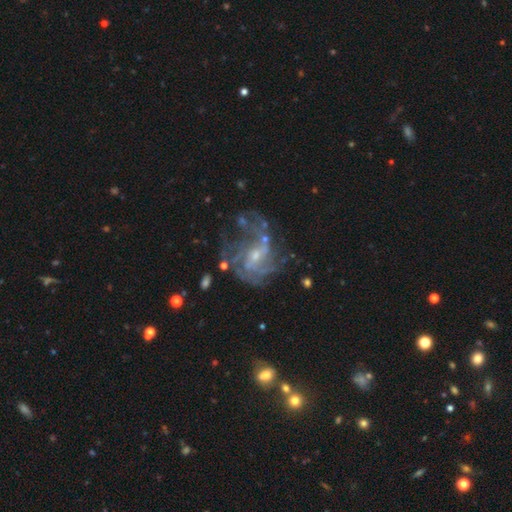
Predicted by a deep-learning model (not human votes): smooth_or_featured: featured or disk (p=0.81) [alt: star or artifact p=0.11]
disk_edge_on: no (p=0.98) [alt: yes p=0.02]
bar: no (p=0.48) [alt: weak p=0.42]
has_spiral_arms: yes (p=0.81) [alt: no p=0.19]
spiral_winding: medium (p=0.44) [alt: tight p=0.29]
spiral_arm_count: can't tell (p=0.39) [alt: 3 p=0.18]
bulge_size: small (p=0.64) [alt: moderate p=0.26]
merging: none (p=0.48) [alt: major disturbance p=0.28]